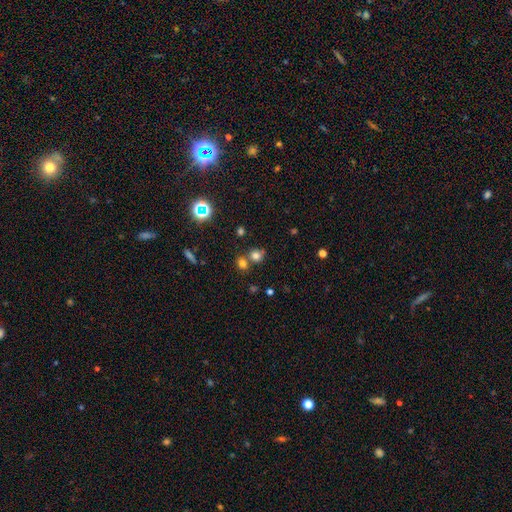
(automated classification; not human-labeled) Morphology: type=smooth (73%); roundness=round (81%); merging=none (58%).